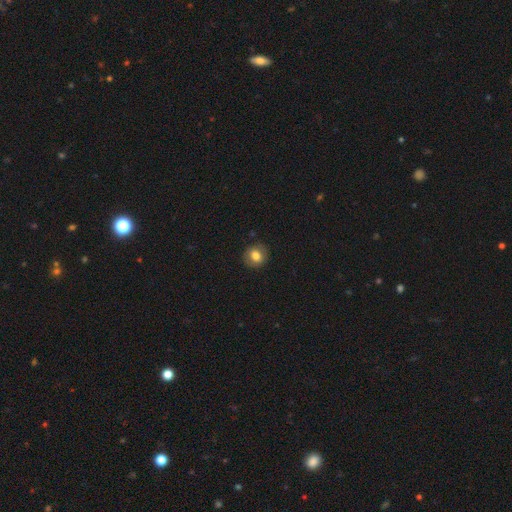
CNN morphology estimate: This appears to be a smooth galaxy with no disk features (77%) that is round (78%). Merging: none (86%).